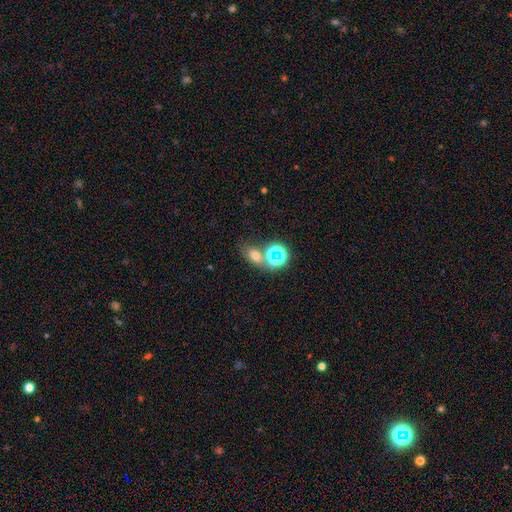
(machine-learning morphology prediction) Q: Smooth or featured?
A: smooth (59%); runner-up: star or artifact (29%)
Q: How rounded?
A: in between (66%); runner-up: round (32%)
Q: Merging?
A: none (53%); runner-up: merger (28%)